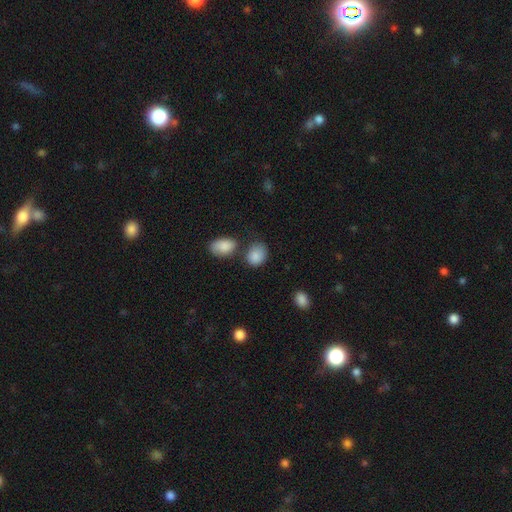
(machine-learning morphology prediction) smooth_or_featured: smooth (p=0.87) [alt: star or artifact p=0.08]
how_rounded: in between (p=0.56) [alt: round p=0.43]
merging: none (p=0.60) [alt: minor disturbance p=0.19]